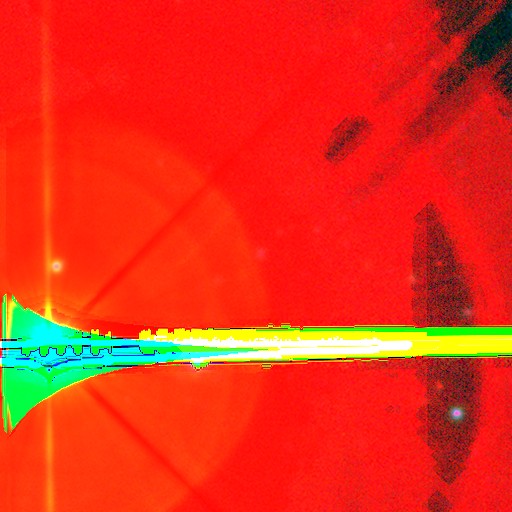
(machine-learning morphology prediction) This appears to be a star or artifact, not a galaxy (87%).